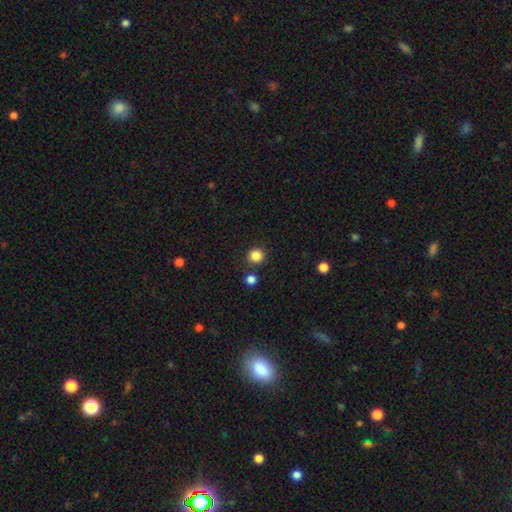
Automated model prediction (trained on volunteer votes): This appears to be a smooth galaxy with no disk features (85%) that is round (92%). Merging: none (86%).